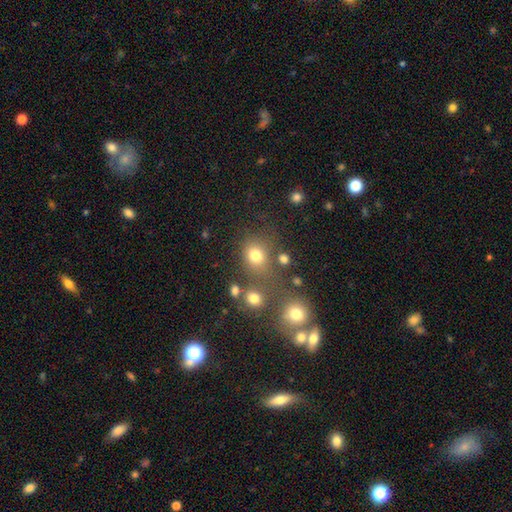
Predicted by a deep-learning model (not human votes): smooth-or-featured: smooth: 74% | star or artifact: 18% | featured or disk: 8%
  how-rounded: round: 72% | in between: 27% | cigar-shaped: 1%
  merging: none: 62% | merger: 17% | minor disturbance: 13% | major disturbance: 8%